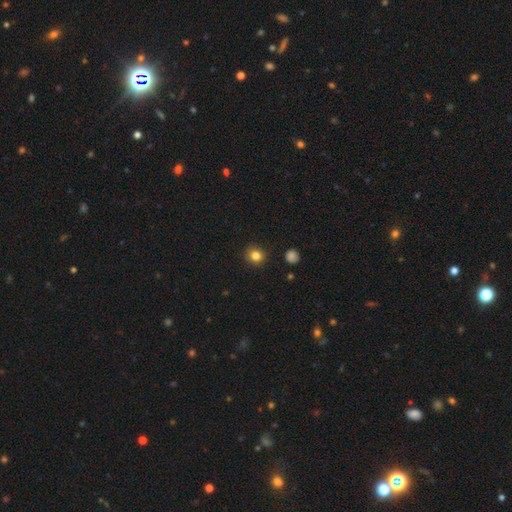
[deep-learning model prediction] smooth_or_featured: smooth (p=0.82) [alt: star or artifact p=0.12]
how_rounded: round (p=0.88) [alt: in between p=0.11]
merging: none (p=0.90) [alt: minor disturbance p=0.07]